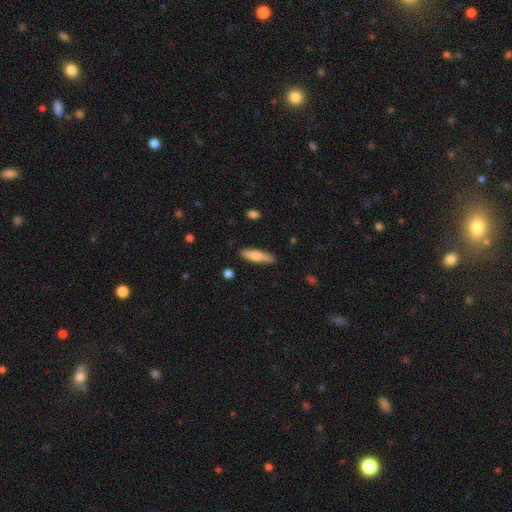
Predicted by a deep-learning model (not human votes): Smooth or featured: smooth — 71% (featured or disk — 23%)
How rounded: cigar-shaped — 70% (in between — 28%)
Merging: none — 85% (minor disturbance — 11%)